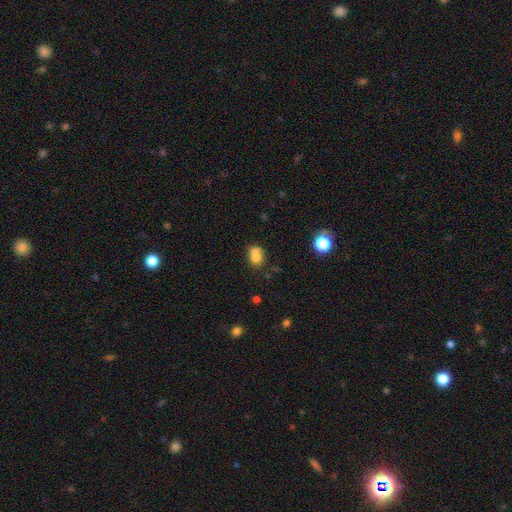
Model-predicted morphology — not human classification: Smooth or featured? Predicted: smooth (p=0.71). How rounded? Predicted: round (p=0.59). Merging? Predicted: merger (p=0.57).